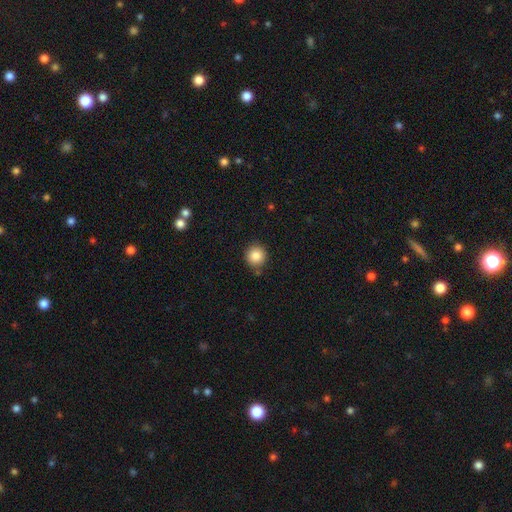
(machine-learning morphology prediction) This is clearly a smooth galaxy (86%). How rounded: clearly round (93%). Merging: clearly none (85%).